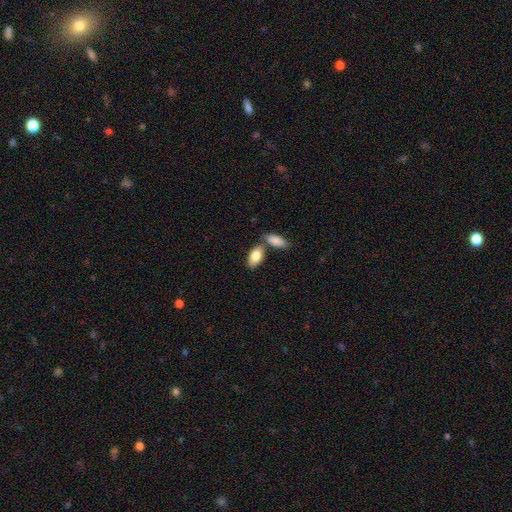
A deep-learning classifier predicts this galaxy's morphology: A smooth galaxy with no disk features (83%) that is in between round and cigar-shaped (92%).

Vote fractions:
- Smooth or featured? smooth: 83% / featured or disk: 12% / star or artifact: 6%
- How rounded? in between: 92% / cigar-shaped: 4% / round: 3%
- Merging? none: 56% / merger: 30% / minor disturbance: 11% / major disturbance: 3%